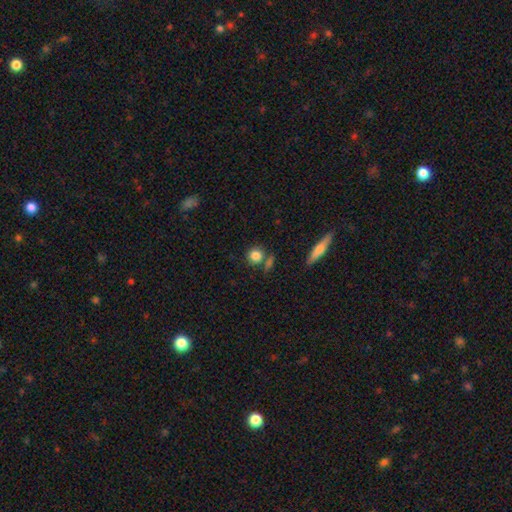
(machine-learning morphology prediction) Q: Smooth or featured?
A: smooth (82%); runner-up: star or artifact (10%)
Q: How rounded?
A: round (85%); runner-up: in between (13%)
Q: Merging?
A: none (70%); runner-up: merger (16%)